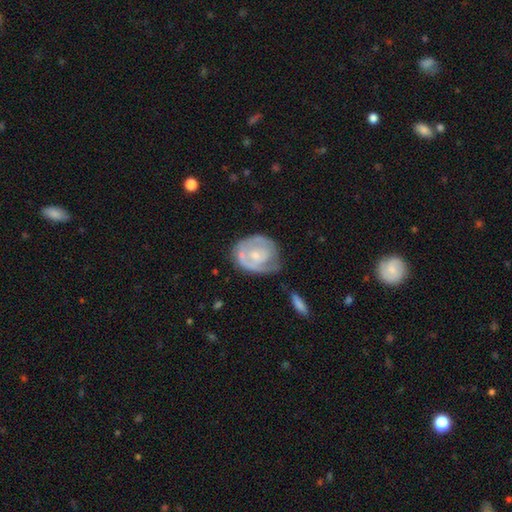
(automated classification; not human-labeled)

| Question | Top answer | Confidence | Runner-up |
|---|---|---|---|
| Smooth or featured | featured or disk | 66% | smooth (28%) |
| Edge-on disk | no | 97% | yes (3%) |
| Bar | no | 72% | weak (24%) |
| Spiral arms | yes | 68% | no (32%) |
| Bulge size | small | 48% | moderate (40%) |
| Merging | none | 47% | minor disturbance (30%) |